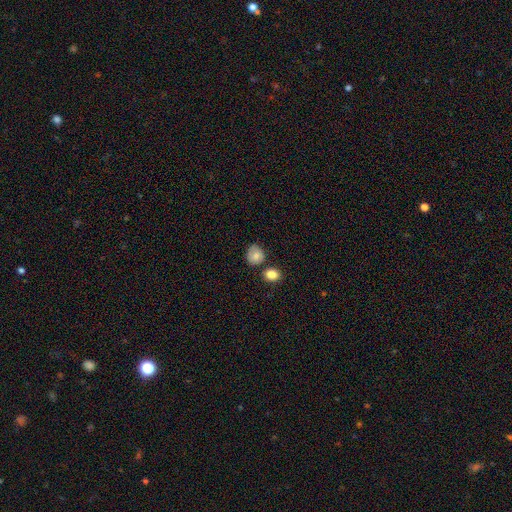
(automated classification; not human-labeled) This is likely a smooth galaxy (78%). How rounded: likely round (76%). Merging: likely none (61%).